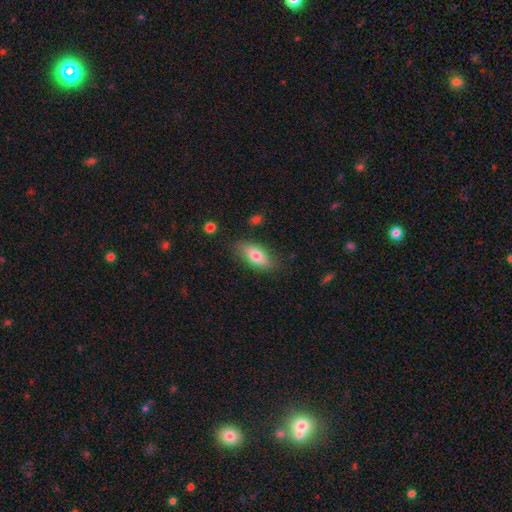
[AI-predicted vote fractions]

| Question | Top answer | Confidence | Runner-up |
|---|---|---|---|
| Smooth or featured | smooth | 74% | featured or disk (19%) |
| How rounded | in between | 84% | cigar-shaped (12%) |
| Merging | none | 79% | minor disturbance (15%) |